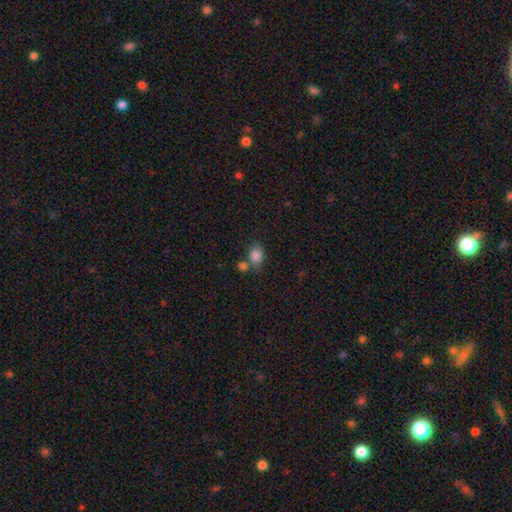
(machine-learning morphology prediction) Smooth or featured: smooth — 83% (star or artifact — 10%)
How rounded: in between — 63% (round — 36%)
Merging: none — 52% (merger — 28%)